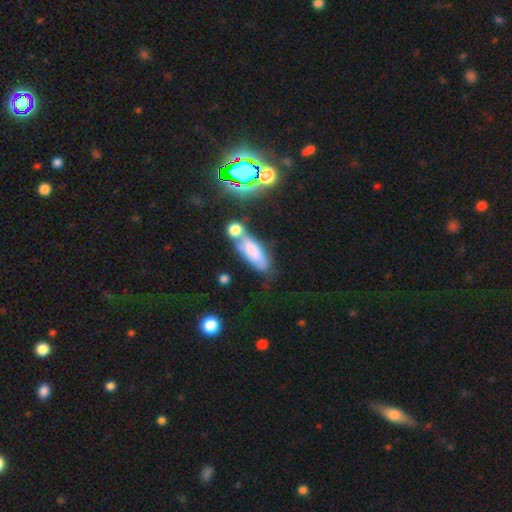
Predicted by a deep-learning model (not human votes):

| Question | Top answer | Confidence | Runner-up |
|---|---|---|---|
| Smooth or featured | smooth | 67% | featured or disk (22%) |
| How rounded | in between | 64% | cigar-shaped (32%) |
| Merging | none | 39% | merger (35%) |